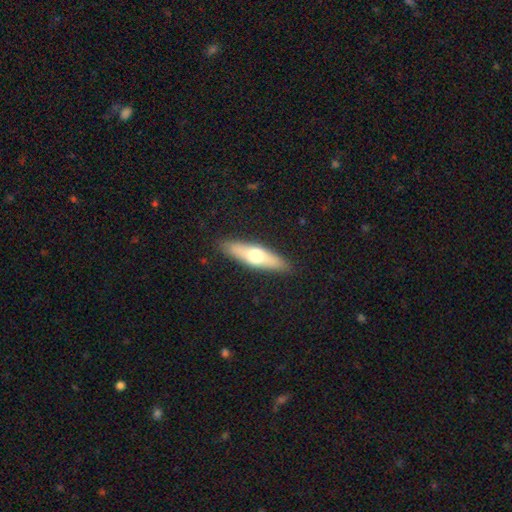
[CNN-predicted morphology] smooth-or-featured: smooth: 55% | featured or disk: 39% | star or artifact: 6%
  how-rounded: cigar-shaped: 66% | in between: 31% | round: 2%
  merging: none: 88% | minor disturbance: 9% | major disturbance: 2% | merger: 1%